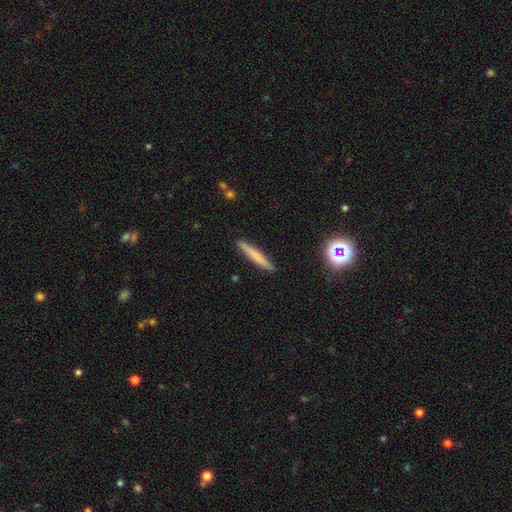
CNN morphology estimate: Smooth or featured?
  - smooth: 65% *
  - featured or disk: 27%
  - star or artifact: 8%
How rounded?
  - cigar-shaped: 94% *
  - in between: 4%
  - round: 1%
Merging?
  - none: 89% *
  - minor disturbance: 8%
  - major disturbance: 2%
  - merger: 1%